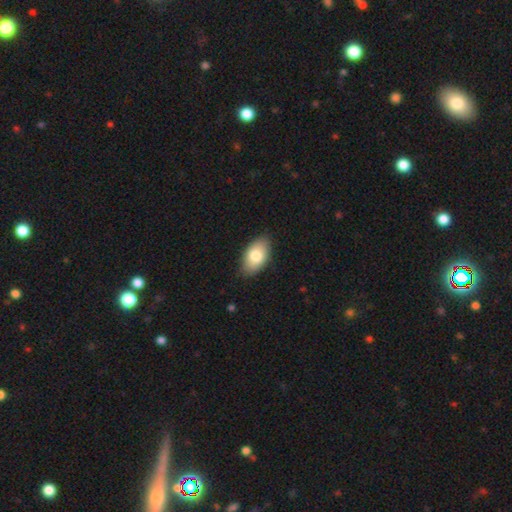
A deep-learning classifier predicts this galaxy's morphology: smooth_or_featured: smooth (p=0.79) [alt: featured or disk p=0.14]
how_rounded: in between (p=0.94) [alt: round p=0.04]
merging: none (p=0.84) [alt: minor disturbance p=0.12]